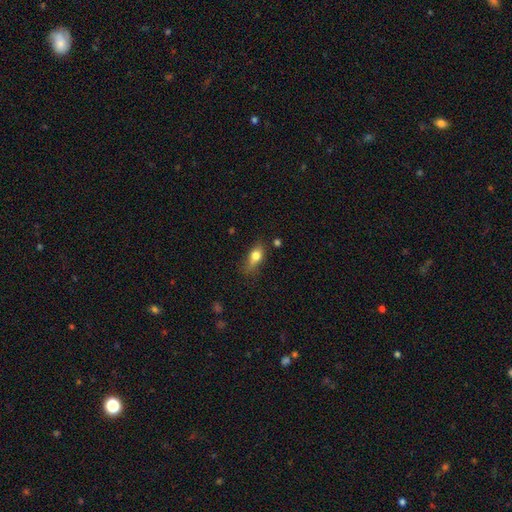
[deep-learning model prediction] smooth 76%, featured or disk 15%, star or artifact 9%. Down the decision tree: how rounded — in between (72%); merging — none (51%).